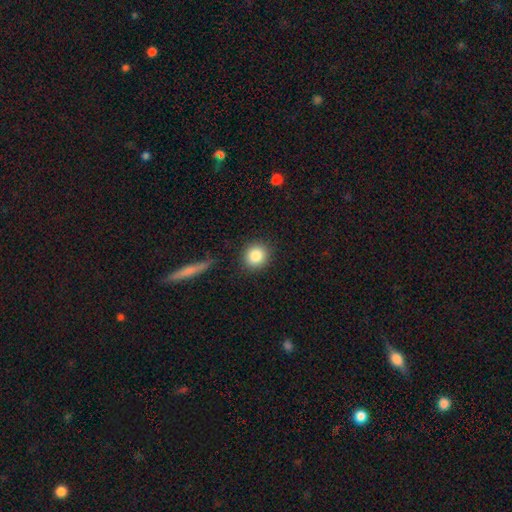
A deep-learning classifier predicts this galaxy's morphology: type=smooth (85%); roundness=round (87%); merging=none (88%).